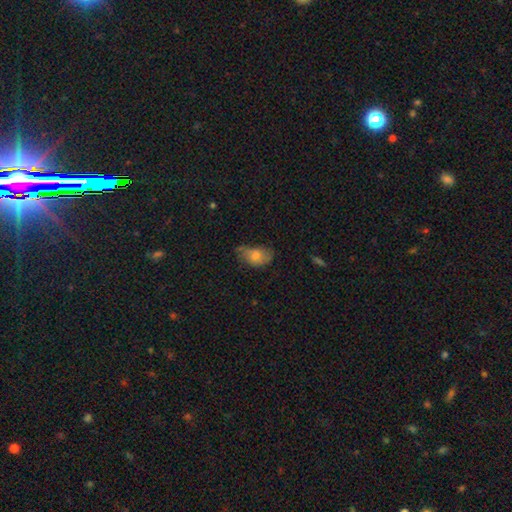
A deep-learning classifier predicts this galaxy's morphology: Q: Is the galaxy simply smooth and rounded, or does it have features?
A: smooth — 65%.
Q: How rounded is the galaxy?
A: in between — 86%.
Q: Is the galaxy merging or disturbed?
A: none — 49%.